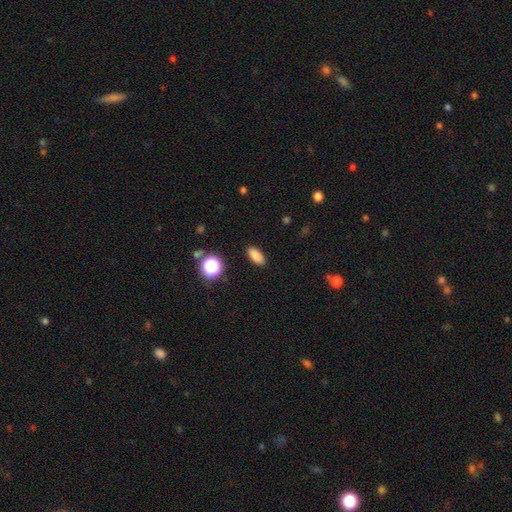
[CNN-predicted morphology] Smooth or featured: smooth — 83% (star or artifact — 12%)
How rounded: in between — 85% (cigar-shaped — 9%)
Merging: none — 89% (minor disturbance — 8%)